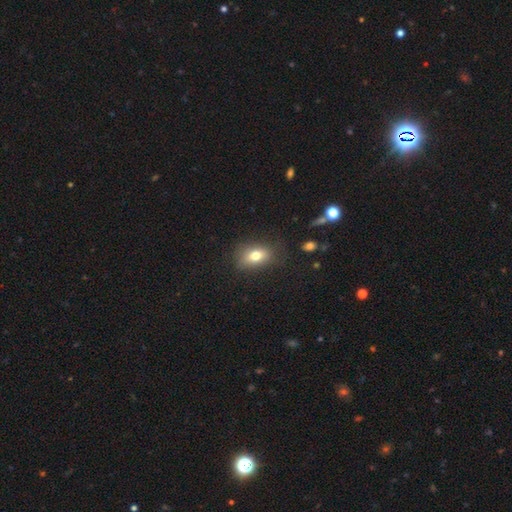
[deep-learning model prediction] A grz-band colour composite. It shows a smooth galaxy with no disk features (75%) that is in between round and cigar-shaped (77%). Merging: none (75%).